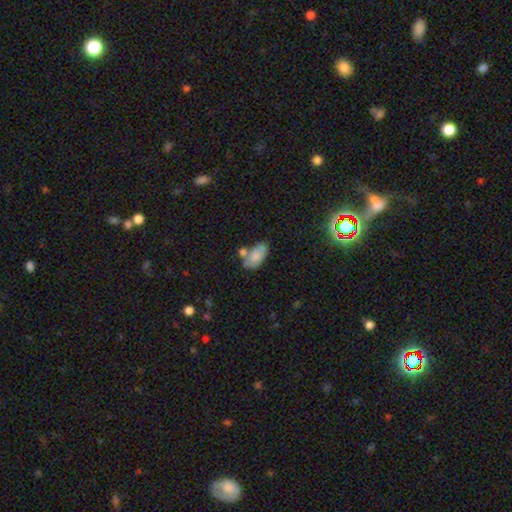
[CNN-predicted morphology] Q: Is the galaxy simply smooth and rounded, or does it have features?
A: smooth — 75%.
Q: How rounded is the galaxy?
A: in between — 93%.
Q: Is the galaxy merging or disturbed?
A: none — 45%.